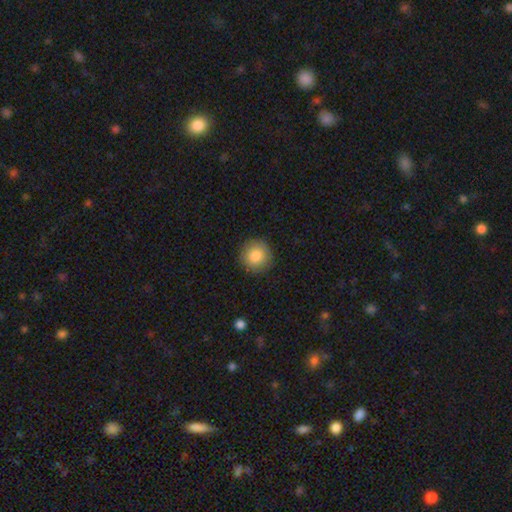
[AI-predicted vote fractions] A smooth galaxy with no disk features (86%) that is round (95%). Merging: none (90%).